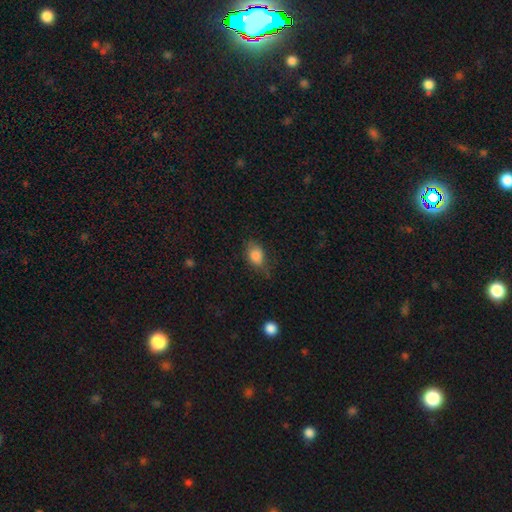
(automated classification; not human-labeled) smooth_or_featured: smooth (p=0.83) [alt: featured or disk p=0.09]
how_rounded: in between (p=0.80) [alt: round p=0.17]
merging: none (p=0.60) [alt: minor disturbance p=0.29]